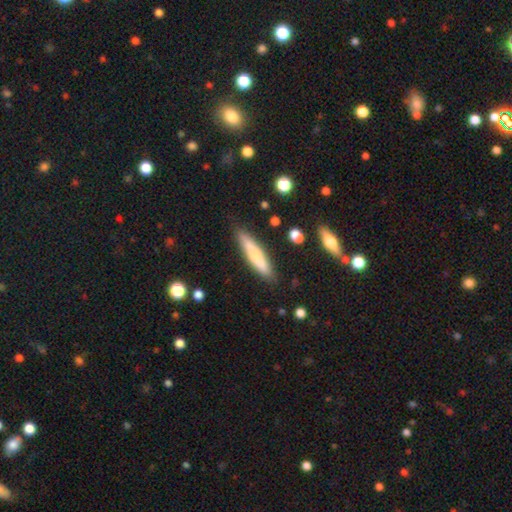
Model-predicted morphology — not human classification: This is likely a smooth galaxy (70%). How rounded: clearly cigar-shaped (87%). Merging: clearly none (86%).